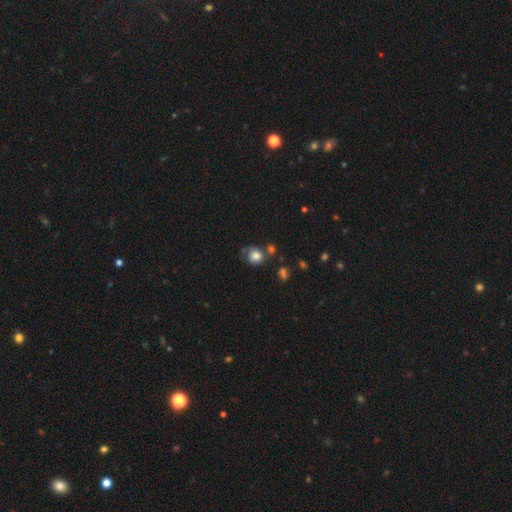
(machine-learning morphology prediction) A smooth galaxy with no disk features (74%) that is round (79%).

Vote fractions:
- Smooth or featured? smooth: 74% / featured or disk: 16% / star or artifact: 10%
- How rounded? round: 79% / in between: 20% / cigar-shaped: 1%
- Merging? none: 50% / minor disturbance: 24% / major disturbance: 15% / merger: 11%